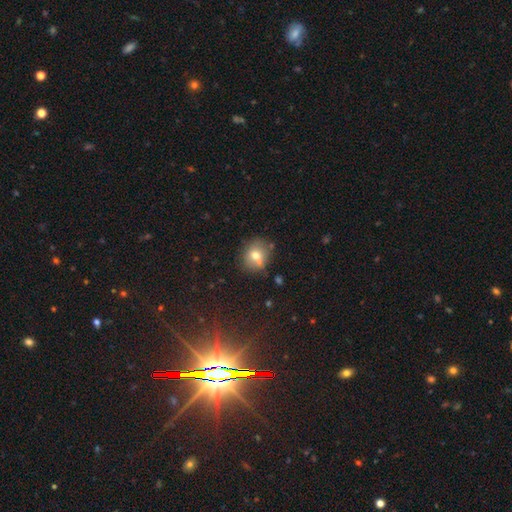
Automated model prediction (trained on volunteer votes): Overall: smooth (70%). How rounded: round (73%). Merging: none (69%).